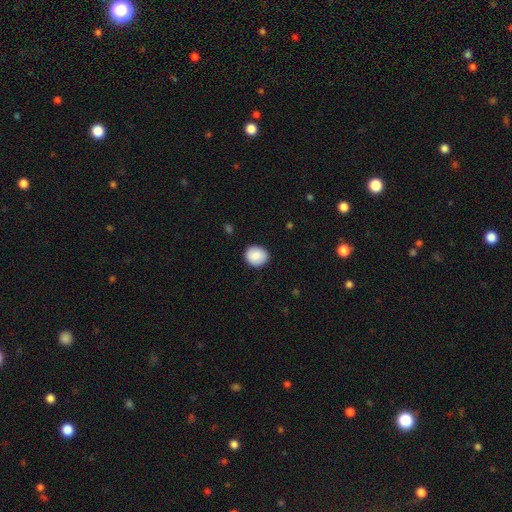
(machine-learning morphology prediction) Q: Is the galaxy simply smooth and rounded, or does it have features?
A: smooth — 88%.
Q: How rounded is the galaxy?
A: round — 77%.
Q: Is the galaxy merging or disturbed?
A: none — 88%.